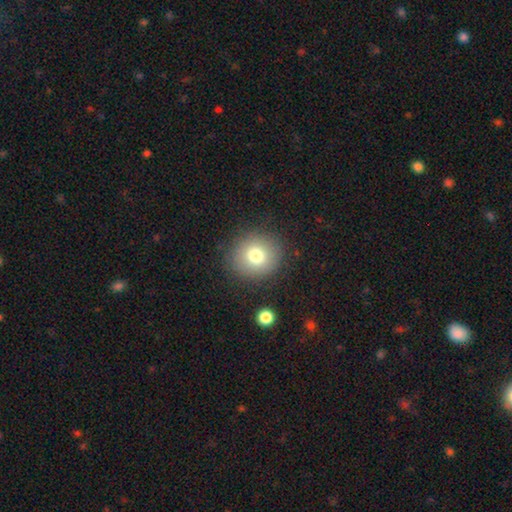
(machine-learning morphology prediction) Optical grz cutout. It shows a smooth galaxy with no disk features (76%) that is round (88%). Merging: none (87%).